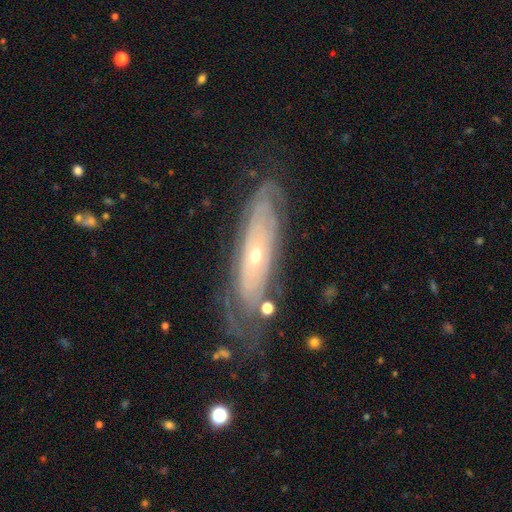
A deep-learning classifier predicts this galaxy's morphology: smooth-or-featured: featured or disk: 78% | smooth: 15% | star or artifact: 7%
  disk-edge-on: no: 76% | yes: 24%
    bar: no: 82% | weak: 13% | strong: 5%
    has-spiral-arms: yes: 79% | no: 21%
    bulge-size: small: 66% | moderate: 31% | large: 1% | dominant: 1% | none: 1%
  merging: none: 67% | minor disturbance: 20% | major disturbance: 10% | merger: 3%